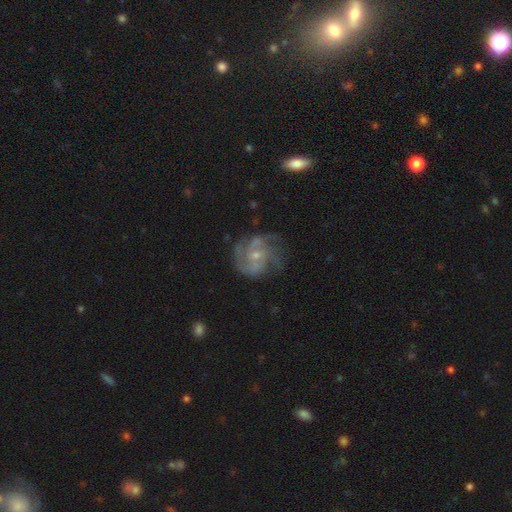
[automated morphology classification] A featured or disk galaxy (81%) with no bar (67%), 3 (34%) medium (46%) spiral arms (92%) and a small central bulge (66%).

Vote fractions:
- Smooth or featured? featured or disk: 81% / smooth: 11% / star or artifact: 7%
- Edge-on disk? no: 98% / yes: 2%
- Bar? no: 67% / weak: 29% / strong: 5%
- Spiral arms? yes: 92% / no: 8%
- Spiral winding? medium: 46% / tight: 39% / loose: 15%
- Spiral arm count? 3: 34% / can't tell: 22% / 2: 18% / 4: 15% / more than 4: 5% / 1: 5%
- Bulge size? small: 66% / moderate: 29% / none: 4% / large: 1% / dominant: 1%
- Merging? none: 65% / minor disturbance: 20% / major disturbance: 13% / merger: 2%